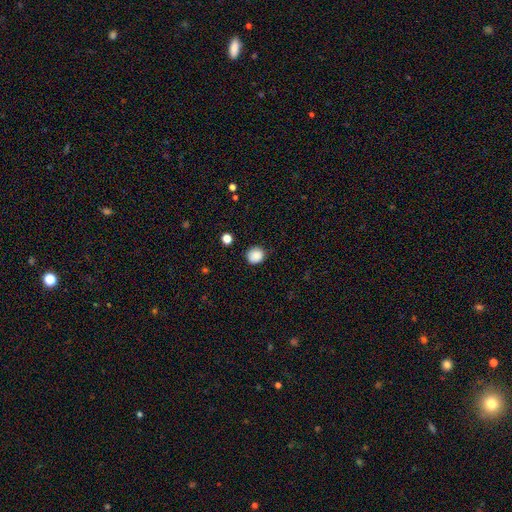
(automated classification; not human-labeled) This is clearly a smooth galaxy (87%). How rounded: clearly round (87%). Merging: clearly none (86%).